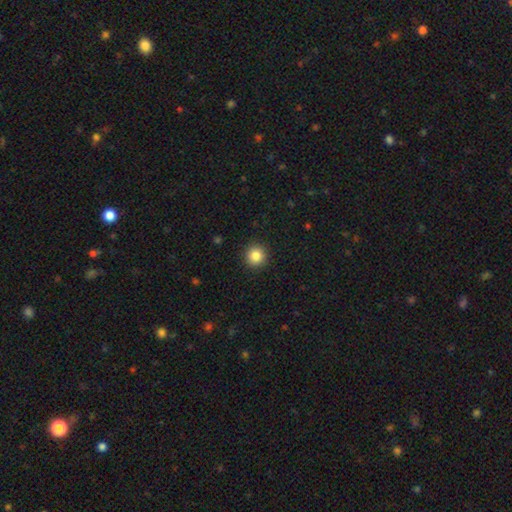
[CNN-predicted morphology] This appears to be a smooth galaxy with no disk features (85%) that is round (94%). Merging: none (92%).